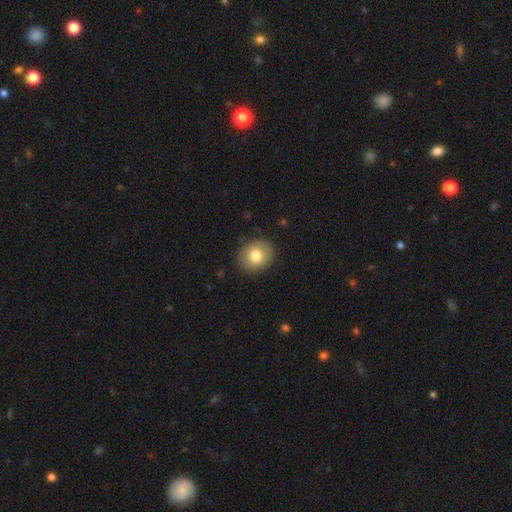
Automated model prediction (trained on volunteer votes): Smooth or featured?
  - smooth: 79% *
  - featured or disk: 13%
  - star or artifact: 8%
How rounded?
  - round: 68% *
  - in between: 31%
  - cigar-shaped: 1%
Merging?
  - none: 88% *
  - minor disturbance: 9%
  - major disturbance: 3%
  - merger: 1%